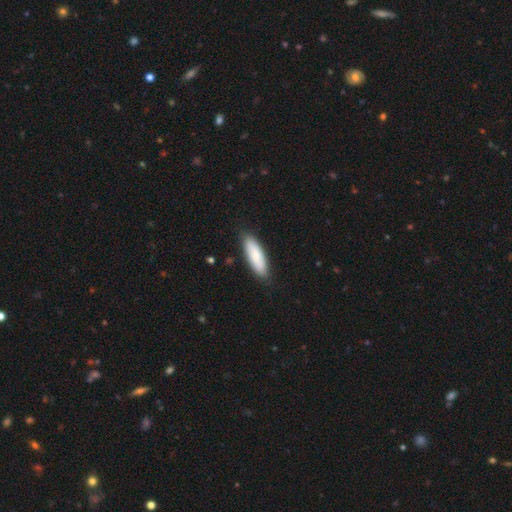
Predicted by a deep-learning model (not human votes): A smooth galaxy with no disk features (80%) that is in between round and cigar-shaped (57%). Merging: none (86%).